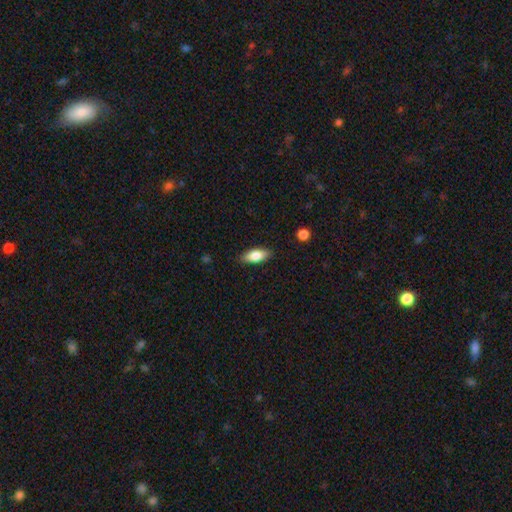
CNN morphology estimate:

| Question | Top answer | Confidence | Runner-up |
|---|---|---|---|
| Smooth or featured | smooth | 80% | featured or disk (13%) |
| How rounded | in between | 81% | cigar-shaped (17%) |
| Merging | none | 86% | minor disturbance (10%) |